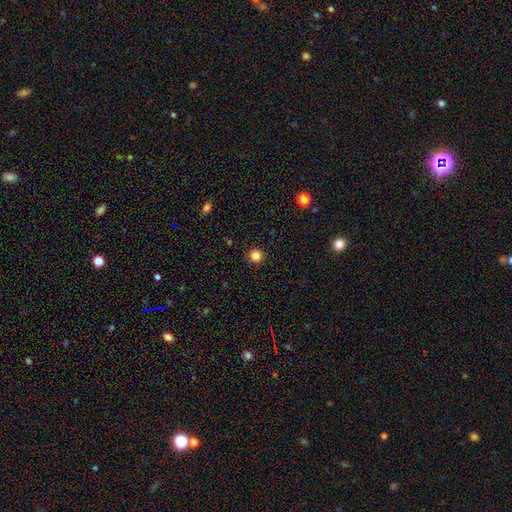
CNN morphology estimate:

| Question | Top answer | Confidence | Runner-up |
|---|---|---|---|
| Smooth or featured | smooth | 82% | star or artifact (13%) |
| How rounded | round | 95% | in between (4%) |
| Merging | none | 92% | minor disturbance (5%) |